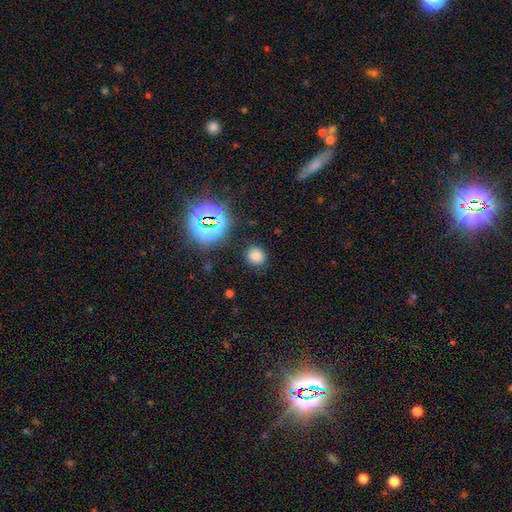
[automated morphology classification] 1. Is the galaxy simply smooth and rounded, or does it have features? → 74% smooth, 20% star or artifact, 6% featured or disk.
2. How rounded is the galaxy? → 78% round, 21% in between, 1% cigar-shaped.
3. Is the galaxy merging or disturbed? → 86% none, 8% minor disturbance, 3% major disturbance, 2% merger.